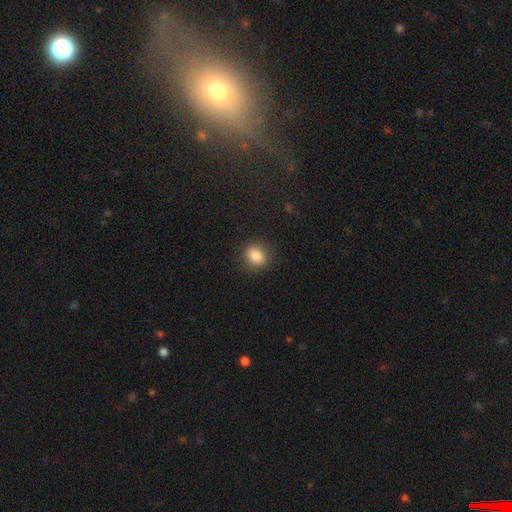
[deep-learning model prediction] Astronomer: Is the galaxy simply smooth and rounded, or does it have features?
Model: smooth — 85%.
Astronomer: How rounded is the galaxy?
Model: in between — 51% (runner-up: round, 47%).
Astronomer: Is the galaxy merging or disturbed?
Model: none — 85%.